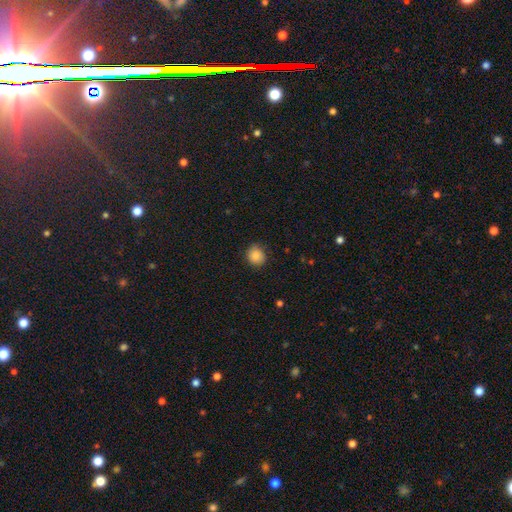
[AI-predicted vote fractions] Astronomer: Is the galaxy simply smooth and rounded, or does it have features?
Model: smooth — 85%.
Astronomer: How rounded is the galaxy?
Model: round — 81%.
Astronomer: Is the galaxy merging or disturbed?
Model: none — 80%.